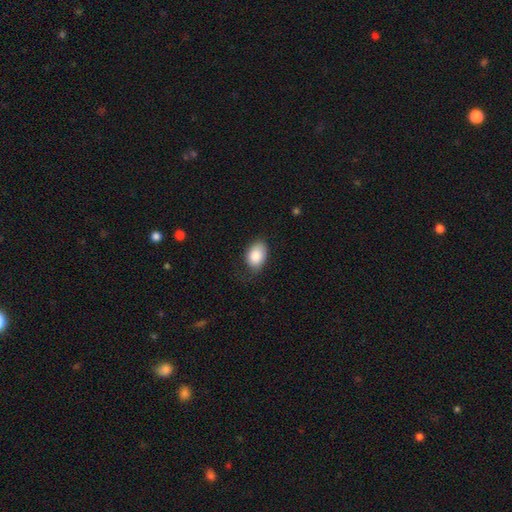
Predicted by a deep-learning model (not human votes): Smooth or featured? smooth (85%)
How rounded? in between (84%)
Merging? none (59%)